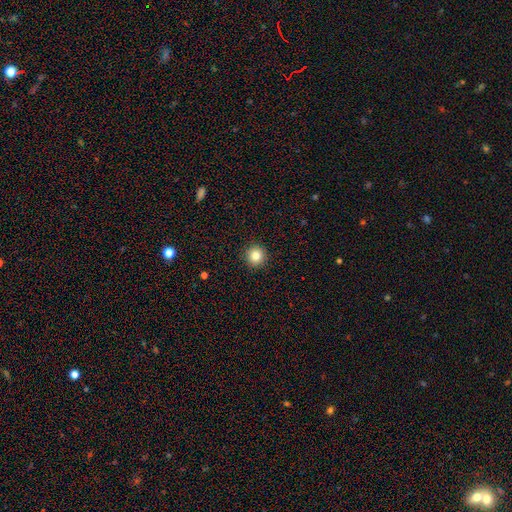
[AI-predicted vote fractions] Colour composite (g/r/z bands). It shows a smooth galaxy with no disk features (81%) that is round (95%). Merging: none (93%).